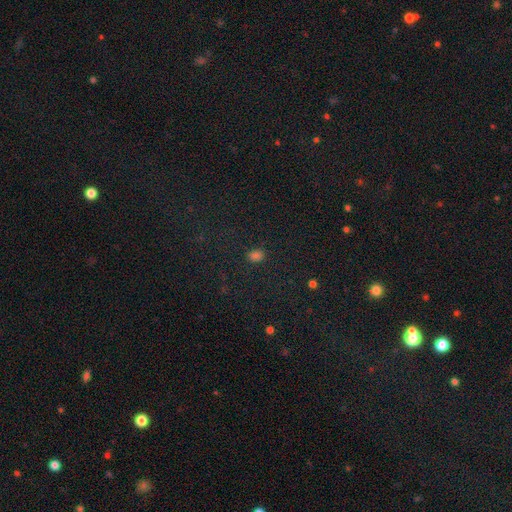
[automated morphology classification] The model was most divided on "how rounded": in between: 71%, round: 27%, cigar-shaped: 2%. More confident: merging — none (84%); smooth or featured — smooth (75%).